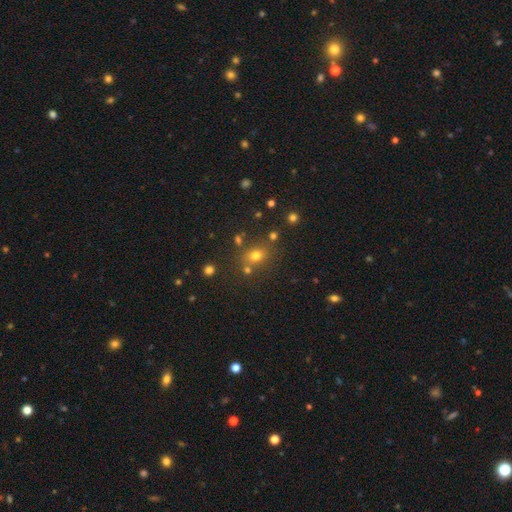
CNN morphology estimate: The model was most divided on "how rounded": round: 53%, in between: 45%, cigar-shaped: 1%. More confident: smooth or featured — smooth (71%); merging — none (70%).